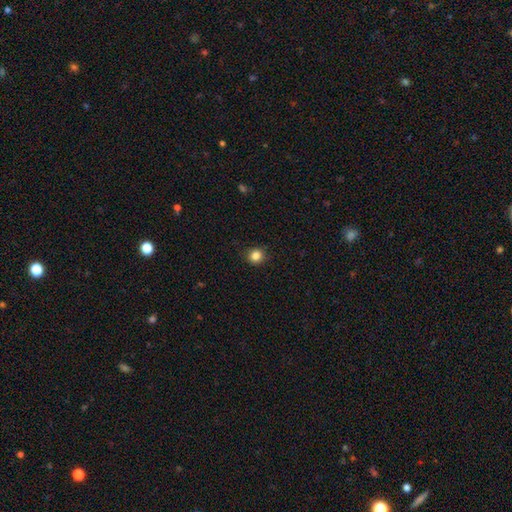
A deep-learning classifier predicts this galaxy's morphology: smooth_or_featured: smooth (p=0.84) [alt: star or artifact p=0.12]
how_rounded: round (p=0.90) [alt: in between p=0.09]
merging: none (p=0.90) [alt: minor disturbance p=0.08]